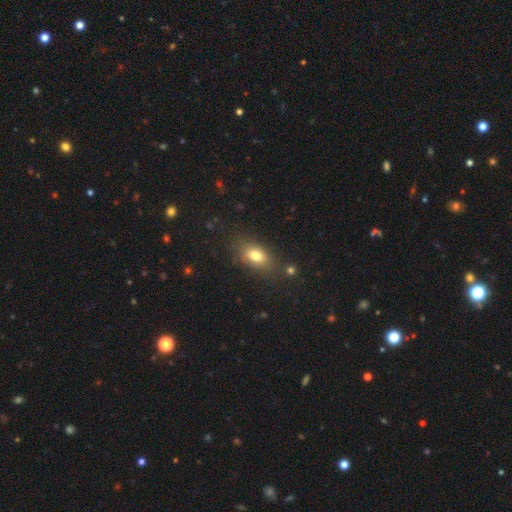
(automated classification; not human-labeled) This appears to be a smooth galaxy with no disk features (77%) that is in between round and cigar-shaped (84%). Merging: none (80%).